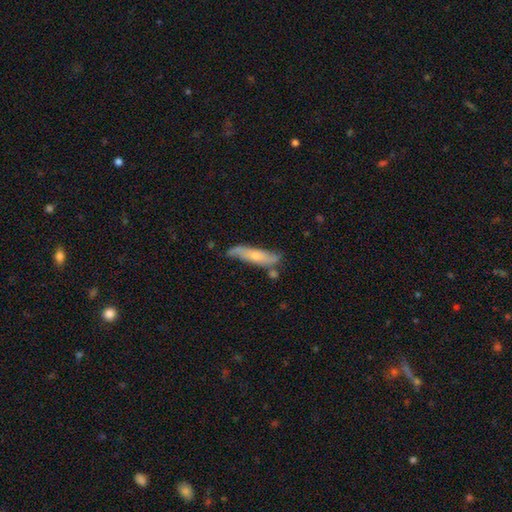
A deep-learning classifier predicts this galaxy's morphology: This is possibly a smooth galaxy (49%). Merging: possibly none (60%).